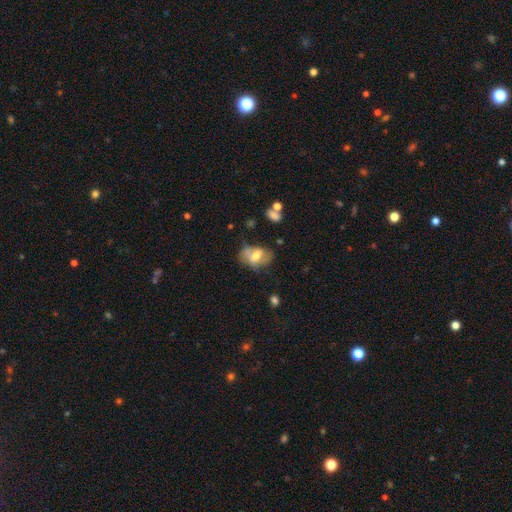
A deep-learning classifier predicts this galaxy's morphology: Q: Smooth or featured?
A: smooth (52%); runner-up: featured or disk (39%)
Q: How rounded?
A: in between (82%); runner-up: round (15%)
Q: Merging?
A: none (45%); runner-up: minor disturbance (30%)